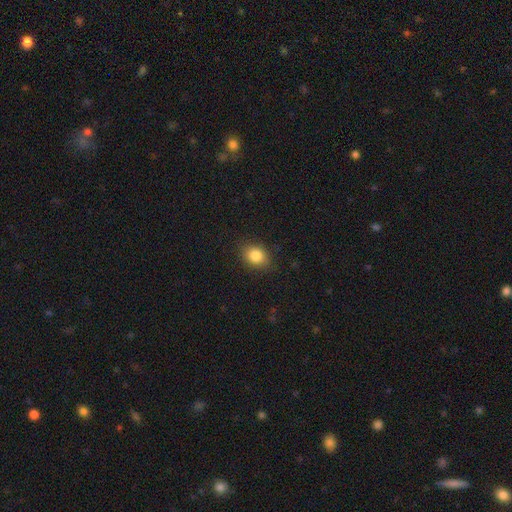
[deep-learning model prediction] smooth-or-featured: smooth: 84% | star or artifact: 10% | featured or disk: 6%
  how-rounded: in between: 55% | round: 44% | cigar-shaped: 1%
  merging: none: 85% | minor disturbance: 11% | major disturbance: 3% | merger: 1%